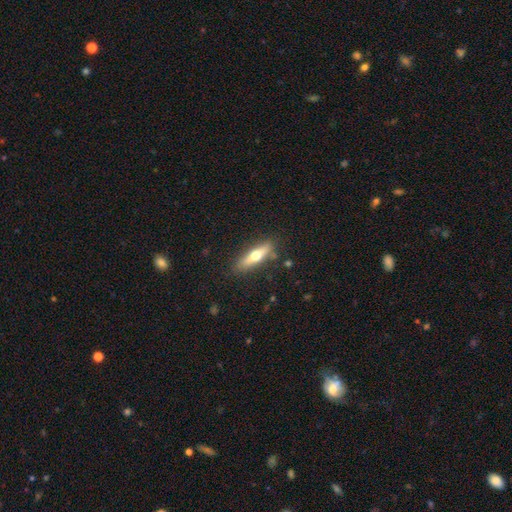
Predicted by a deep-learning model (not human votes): Smooth or featured: smooth — 48% (featured or disk — 46%)
Merging: none — 84% (minor disturbance — 11%)